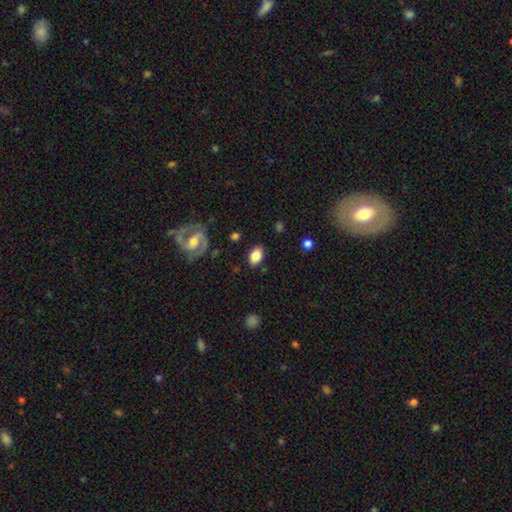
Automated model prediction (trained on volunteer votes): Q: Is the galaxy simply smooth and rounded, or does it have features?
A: smooth — 78%.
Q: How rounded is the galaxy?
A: in between — 88%.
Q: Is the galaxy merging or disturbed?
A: none — 84%.